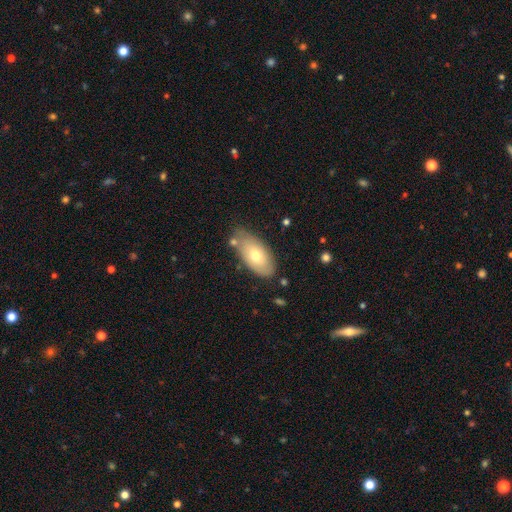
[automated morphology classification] smooth_or_featured: smooth (p=0.67) [alt: featured or disk p=0.27]
how_rounded: in between (p=0.92) [alt: cigar-shaped p=0.05]
merging: none (p=0.69) [alt: minor disturbance p=0.20]